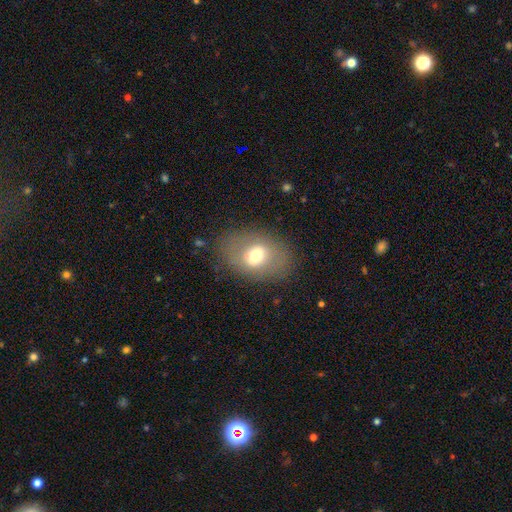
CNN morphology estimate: smooth-or-featured: smooth: 60% | featured or disk: 30% | star or artifact: 10%
  how-rounded: in between: 73% | round: 26% | cigar-shaped: 1%
  merging: none: 79% | minor disturbance: 13% | major disturbance: 7% | merger: 1%